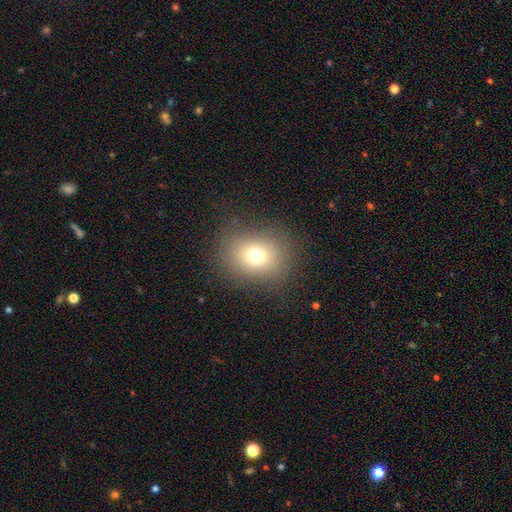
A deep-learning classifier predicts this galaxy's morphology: A smooth galaxy with no disk features (71%) that is round (62%). Merging: none (83%).